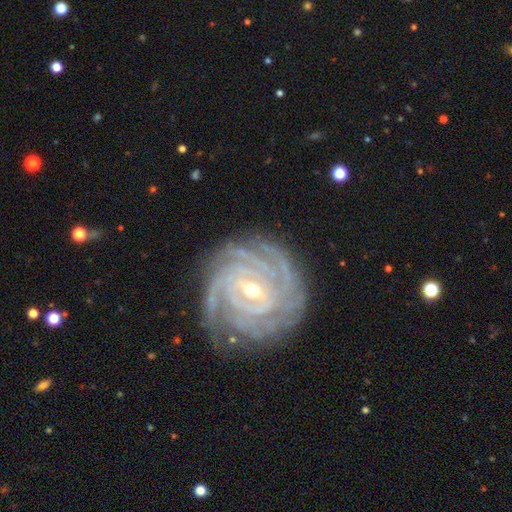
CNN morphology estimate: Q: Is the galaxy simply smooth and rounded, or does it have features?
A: featured or disk — 84%.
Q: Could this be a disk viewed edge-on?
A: no — 97%.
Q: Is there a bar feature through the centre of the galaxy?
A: weak — 40%.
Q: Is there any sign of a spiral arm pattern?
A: yes — 98%.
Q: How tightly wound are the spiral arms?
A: tight — 84%.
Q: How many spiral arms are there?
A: can't tell — 21%, tied with 4.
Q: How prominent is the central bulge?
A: small — 64%.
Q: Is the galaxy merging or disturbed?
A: none — 82%.